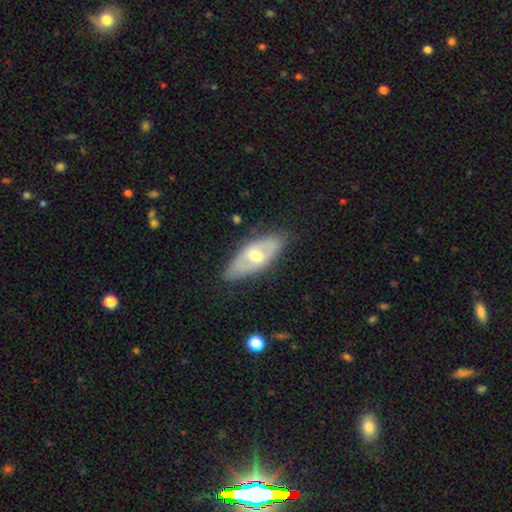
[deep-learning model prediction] smooth_or_featured: featured or disk (p=0.50) [alt: smooth p=0.44]
disk_edge_on: no (p=0.76) [alt: yes p=0.24]
merging: none (p=0.79) [alt: minor disturbance p=0.16]